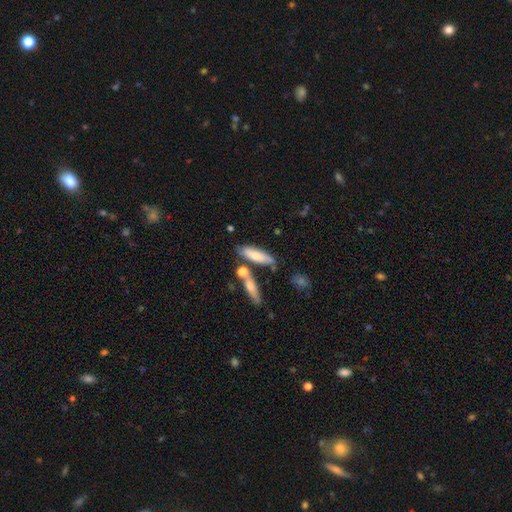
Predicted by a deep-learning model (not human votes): Smooth or featured: smooth — 68% (featured or disk — 26%)
How rounded: cigar-shaped — 58% (in between — 39%)
Merging: none — 59% (merger — 20%)